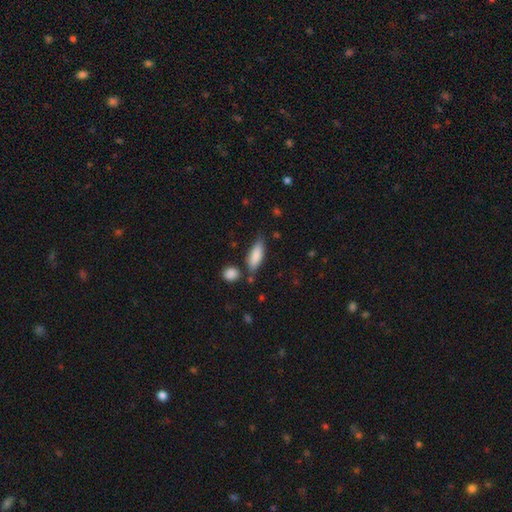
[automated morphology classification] Smooth or featured? smooth (83%)
How rounded? in between (62%)
Merging? none (69%)